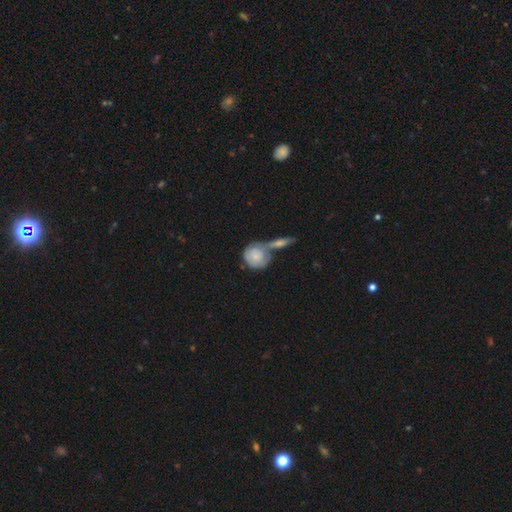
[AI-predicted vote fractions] This is likely a smooth galaxy (62%). How rounded: clearly round (82%). Merging: possibly merger (48%).